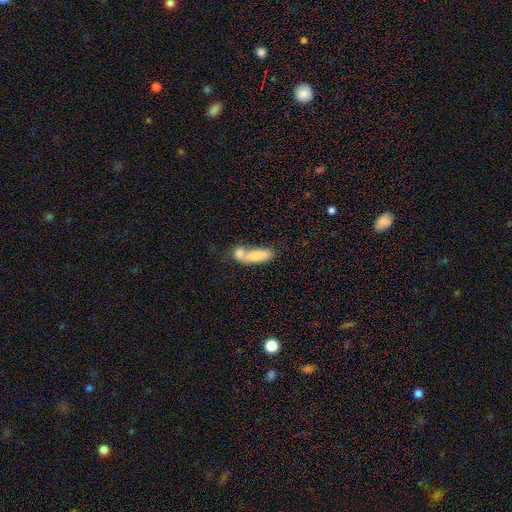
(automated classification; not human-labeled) smooth-or-featured: smooth: 75% | featured or disk: 18% | star or artifact: 7%
  how-rounded: in between: 59% | cigar-shaped: 37% | round: 4%
  merging: merger: 59% | none: 25% | minor disturbance: 10% | major disturbance: 6%